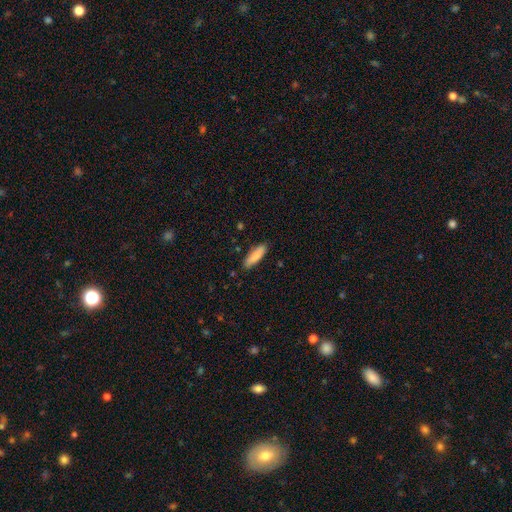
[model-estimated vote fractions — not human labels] The model was most divided on "how rounded": cigar-shaped: 56%, in between: 43%, round: 1%. More confident: merging — none (86%); smooth or featured — smooth (85%).